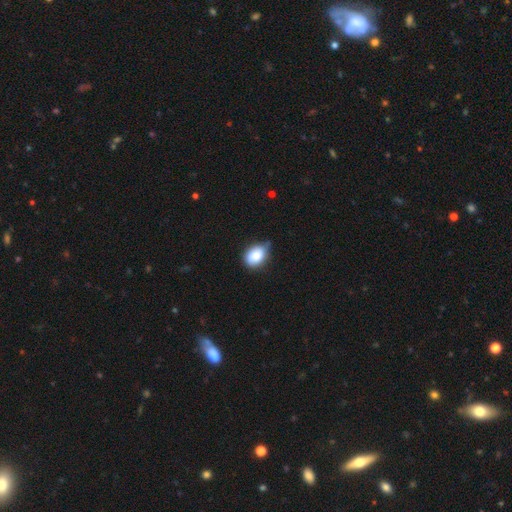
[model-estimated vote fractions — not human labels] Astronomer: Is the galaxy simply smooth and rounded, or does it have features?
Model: smooth — 85%.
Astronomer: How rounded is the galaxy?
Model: in between — 69%.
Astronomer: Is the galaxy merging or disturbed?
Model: none — 52% (runner-up: minor disturbance, 39%).